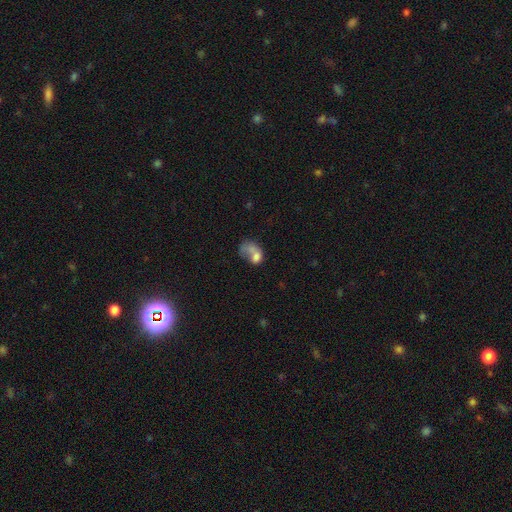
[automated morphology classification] type=smooth (62%); roundness=in between (71%); merging=merger (36%).